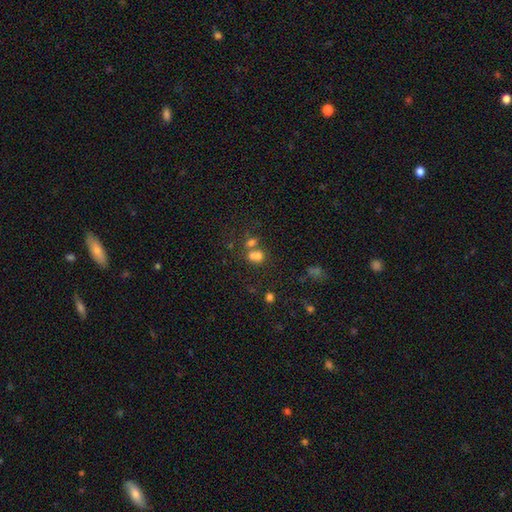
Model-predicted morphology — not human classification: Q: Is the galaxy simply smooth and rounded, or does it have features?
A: smooth — 64%.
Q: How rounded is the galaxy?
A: round — 61%.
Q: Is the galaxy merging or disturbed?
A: merger — 58%.